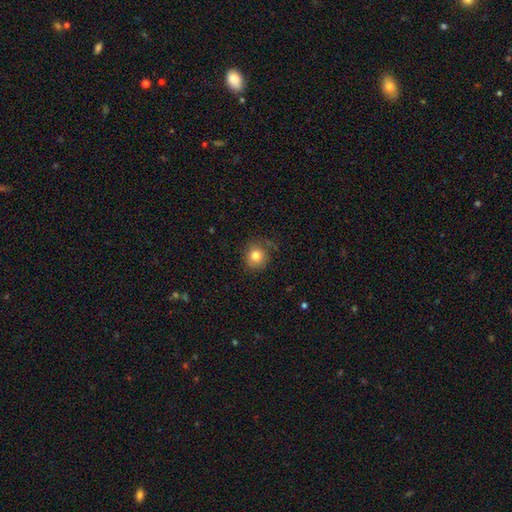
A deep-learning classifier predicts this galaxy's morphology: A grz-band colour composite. It shows a smooth galaxy with no disk features (80%) that is round (90%). Merging: none (76%).